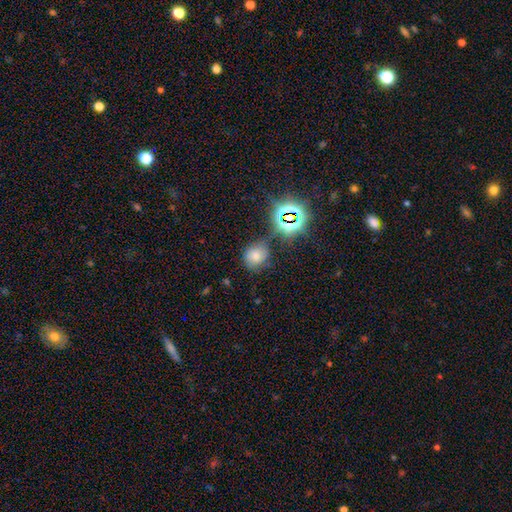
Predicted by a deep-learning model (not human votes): Smooth or featured: smooth — 54% (star or artifact — 34%)
How rounded: round — 79% (in between — 19%)
Merging: none — 72% (minor disturbance — 17%)